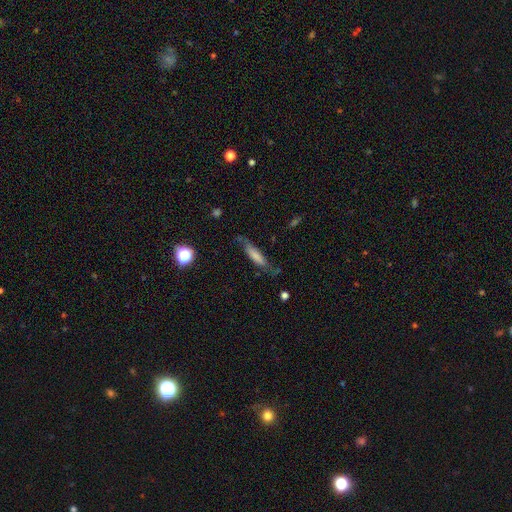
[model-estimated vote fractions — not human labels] The model was most divided on "merging": none: 60%, minor disturbance: 27%, major disturbance: 10%, merger: 3%. More confident: how rounded — cigar-shaped (76%); smooth or featured — smooth (64%).